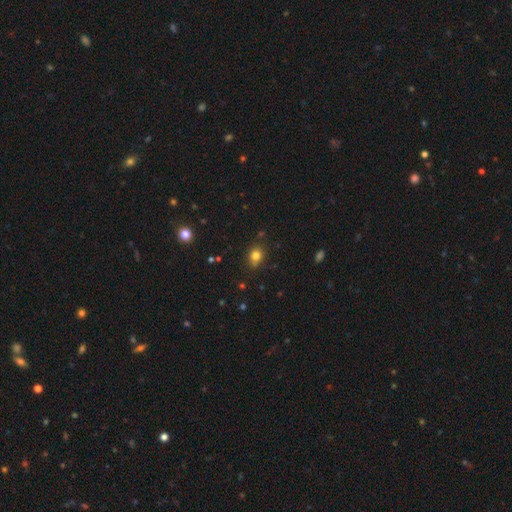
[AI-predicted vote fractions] The model was most divided on "how rounded": round: 64%, in between: 35%, cigar-shaped: 1%. More confident: smooth or featured — smooth (79%); merging — none (75%).